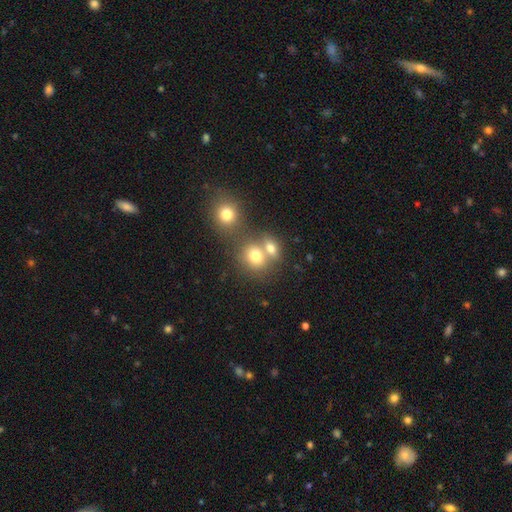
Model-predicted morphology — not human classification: Smooth or featured? Predicted: smooth (p=0.76). How rounded? Predicted: round (p=0.67). Merging? Predicted: merger (p=0.47).